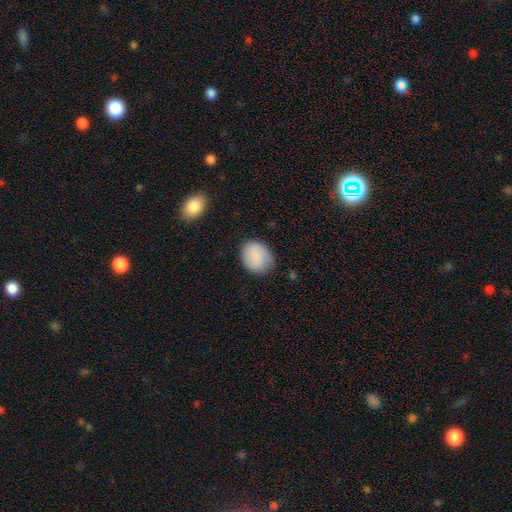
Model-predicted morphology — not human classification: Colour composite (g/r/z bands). It shows a smooth galaxy with no disk features (78%) that is round (58%). Merging: none (72%).